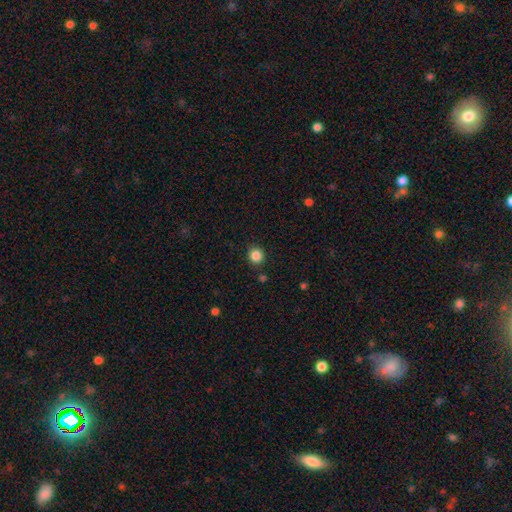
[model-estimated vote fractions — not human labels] Smooth or featured? Predicted: smooth (p=0.85). How rounded? Predicted: round (p=0.91). Merging? Predicted: none (p=0.89).